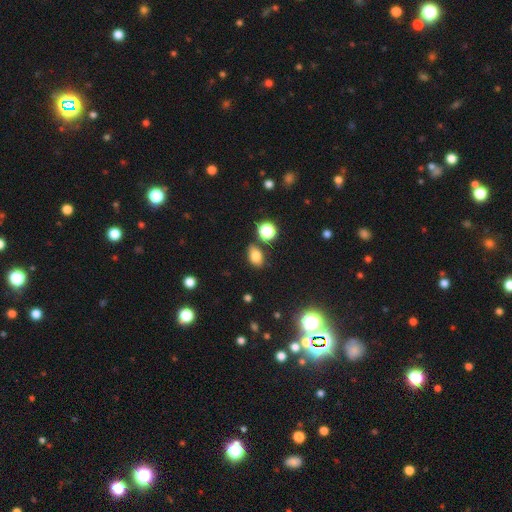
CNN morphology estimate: Q: Smooth or featured?
A: smooth (78%); runner-up: star or artifact (14%)
Q: How rounded?
A: in between (80%); runner-up: round (18%)
Q: Merging?
A: none (78%); runner-up: minor disturbance (13%)